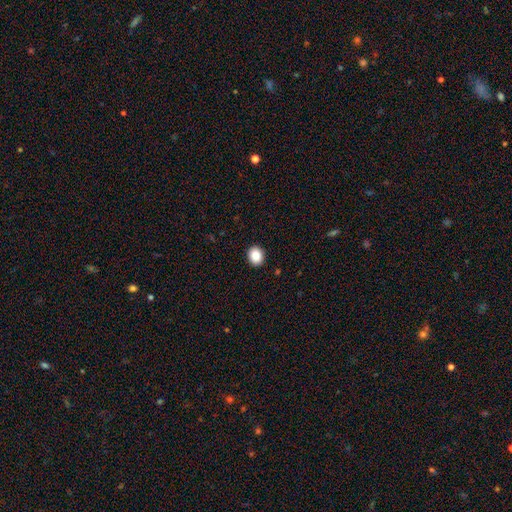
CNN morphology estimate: Smooth or featured?
  - smooth: 87% *
  - star or artifact: 9%
  - featured or disk: 4%
How rounded?
  - round: 63% *
  - in between: 36%
  - cigar-shaped: 1%
Merging?
  - none: 91% *
  - minor disturbance: 6%
  - major disturbance: 2%
  - merger: 1%